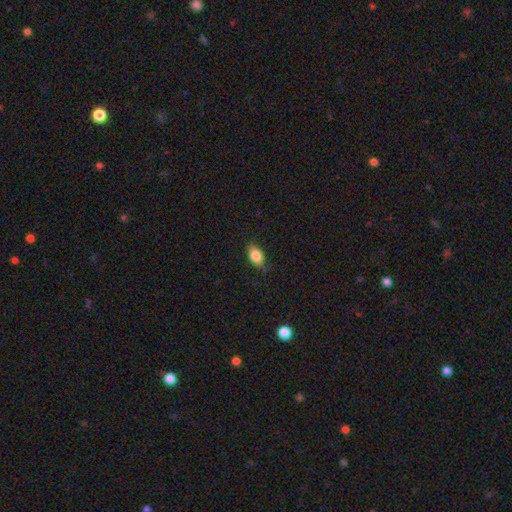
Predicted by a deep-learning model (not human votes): smooth_or_featured: smooth (p=0.84) [alt: star or artifact p=0.08]
how_rounded: in between (p=0.87) [alt: round p=0.10]
merging: none (p=0.79) [alt: minor disturbance p=0.16]